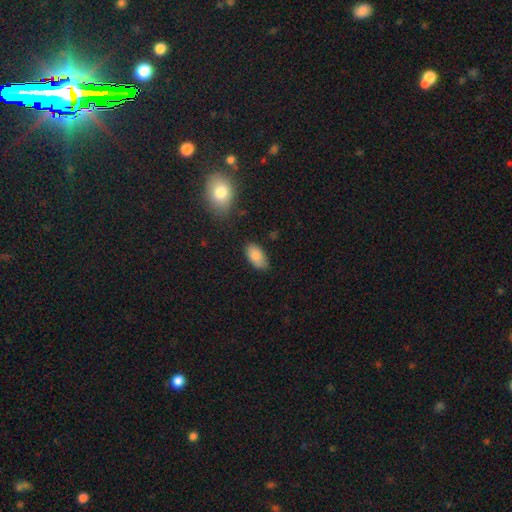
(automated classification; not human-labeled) smooth_or_featured: smooth (p=0.84) [alt: featured or disk p=0.08]
how_rounded: in between (p=0.94) [alt: round p=0.03]
merging: none (p=0.77) [alt: minor disturbance p=0.18]